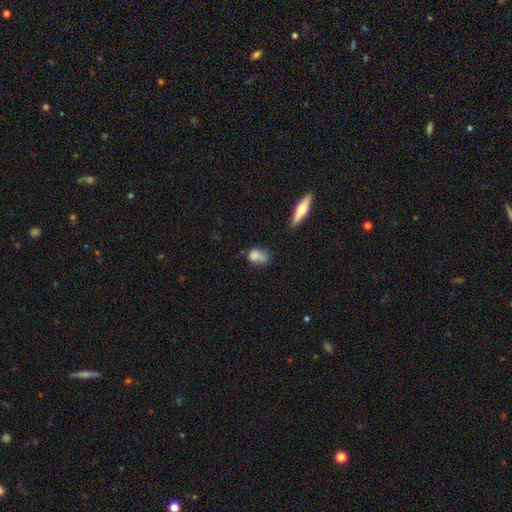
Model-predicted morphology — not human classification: This appears to be a smooth galaxy with no disk features (73%) that is in between round and cigar-shaped (68%). Merging: none (35%).